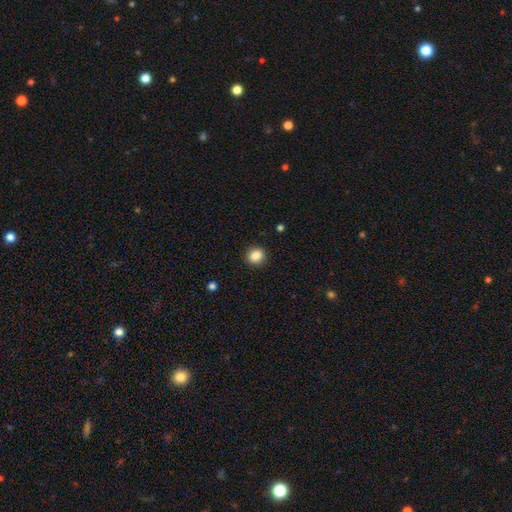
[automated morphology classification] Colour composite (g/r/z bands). It shows a smooth galaxy with no disk features (87%) that is round (86%). Merging: none (91%).